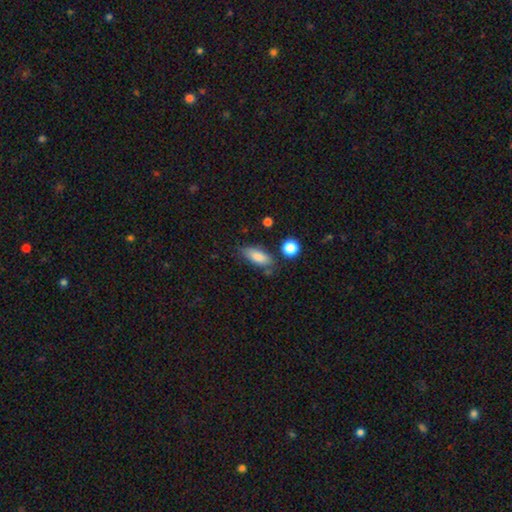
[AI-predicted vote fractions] Q: Smooth or featured?
A: smooth (81%); runner-up: featured or disk (11%)
Q: How rounded?
A: in between (77%); runner-up: cigar-shaped (19%)
Q: Merging?
A: none (71%); runner-up: minor disturbance (19%)